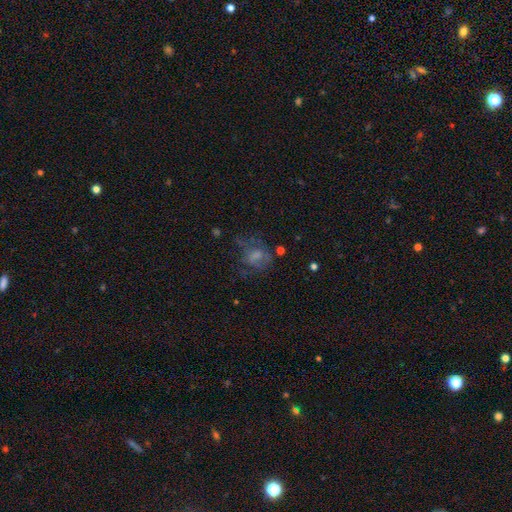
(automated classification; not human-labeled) A smooth galaxy with no disk features (54%) that is round (51%).

Vote fractions:
- Smooth or featured? smooth: 54% / featured or disk: 31% / star or artifact: 15%
- How rounded? round: 51% / in between: 48% / cigar-shaped: 1%
- Merging? none: 37% / major disturbance: 36% / minor disturbance: 23% / merger: 4%